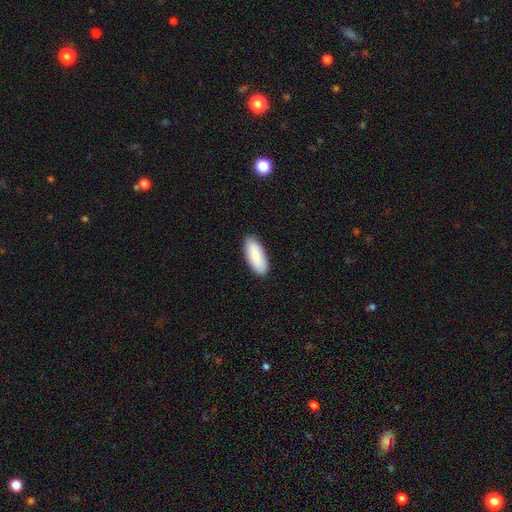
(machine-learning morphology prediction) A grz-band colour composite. It shows a smooth galaxy with no disk features (85%) that is in between round and cigar-shaped (84%). Merging: none (88%).